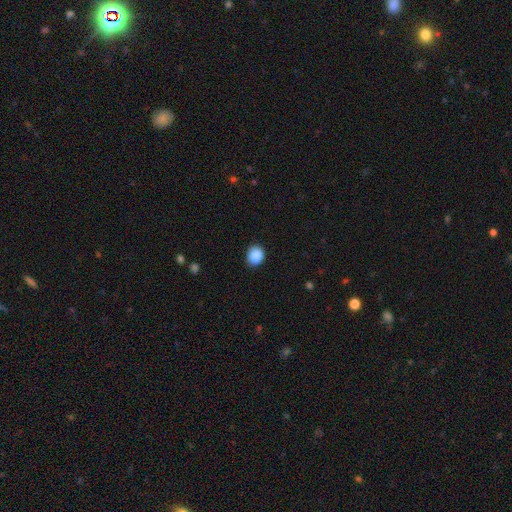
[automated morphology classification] Smooth or featured? Predicted: smooth (p=0.89). How rounded? Predicted: round (p=0.65). Merging? Predicted: none (p=0.86).